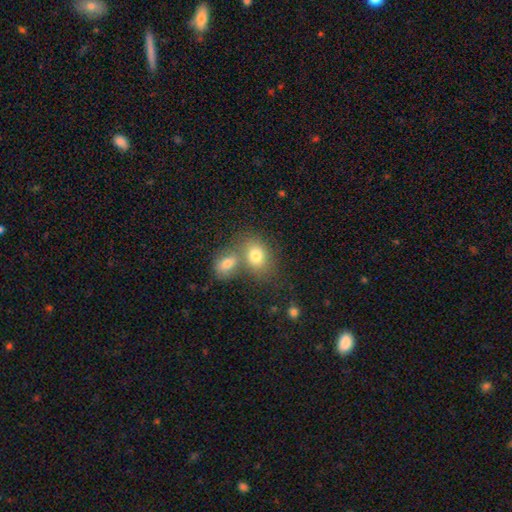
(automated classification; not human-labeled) smooth 77%, featured or disk 12%, star or artifact 10%. Down the decision tree: how rounded — in between (65%); merging — merger (50%).